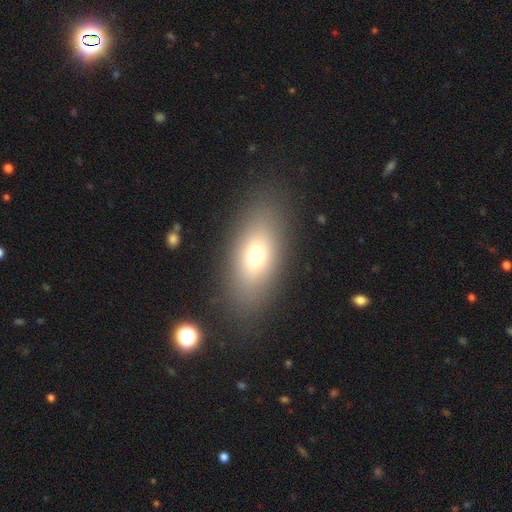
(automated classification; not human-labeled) Smooth or featured: smooth — 69% (featured or disk — 20%)
How rounded: in between — 83% (cigar-shaped — 10%)
Merging: none — 84% (minor disturbance — 9%)